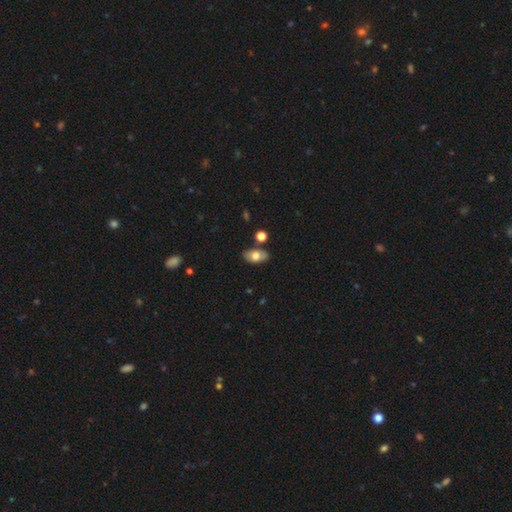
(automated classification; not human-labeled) Smooth or featured? Predicted: smooth (p=0.68). How rounded? Predicted: in between (p=0.91). Merging? Predicted: none (p=0.76).